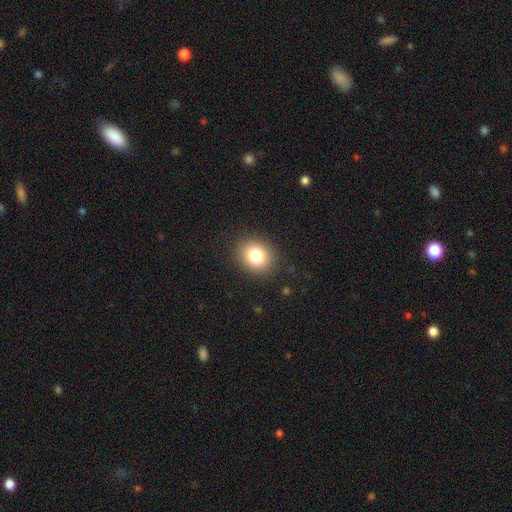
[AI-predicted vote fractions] A smooth galaxy with no disk features (81%) that is round (67%). Merging: none (89%).